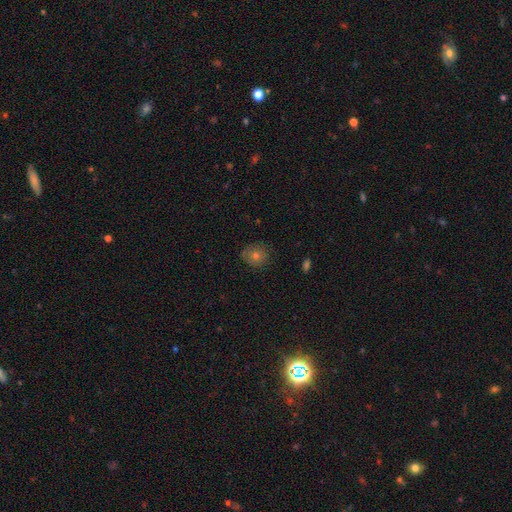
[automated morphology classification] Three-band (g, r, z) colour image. It shows a smooth galaxy with no disk features (58%) that is round (79%). Merging: none (81%).